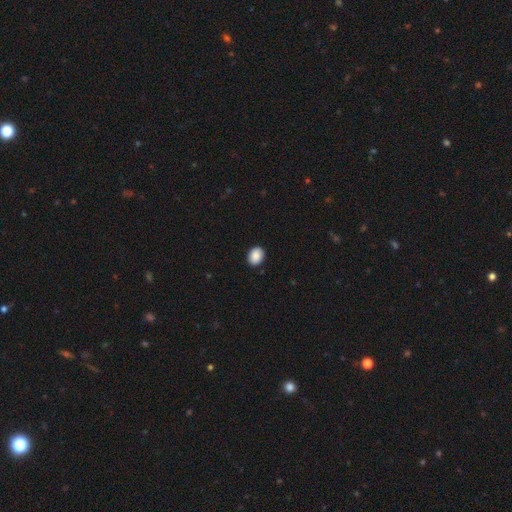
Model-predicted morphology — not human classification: The model was most divided on "how rounded": in between: 59%, round: 40%, cigar-shaped: 1%. More confident: merging — none (90%); smooth or featured — smooth (89%).